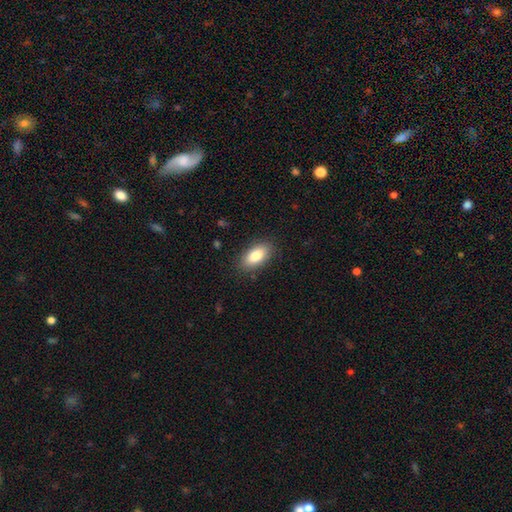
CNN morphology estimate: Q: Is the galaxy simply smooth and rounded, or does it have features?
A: smooth — 84%.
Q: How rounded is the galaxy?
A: in between — 90%.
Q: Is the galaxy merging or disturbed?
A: none — 87%.